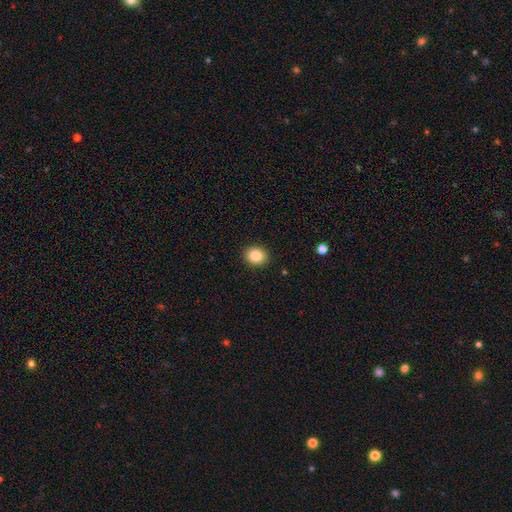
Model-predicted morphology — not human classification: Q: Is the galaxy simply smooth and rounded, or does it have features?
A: smooth — 84%.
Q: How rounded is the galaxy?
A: round — 66%.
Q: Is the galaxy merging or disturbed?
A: none — 91%.